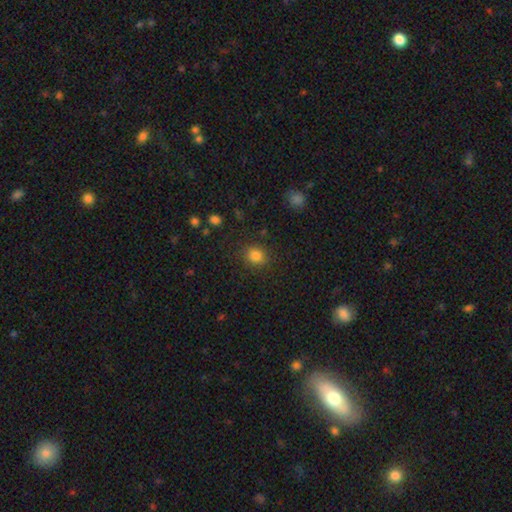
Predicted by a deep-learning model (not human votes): A smooth galaxy with no disk features (83%) that is round (76%).

Vote fractions:
- Smooth or featured? smooth: 83% / star or artifact: 12% / featured or disk: 5%
- How rounded? round: 76% / in between: 23% / cigar-shaped: 1%
- Merging? none: 87% / minor disturbance: 9% / major disturbance: 3% / merger: 1%